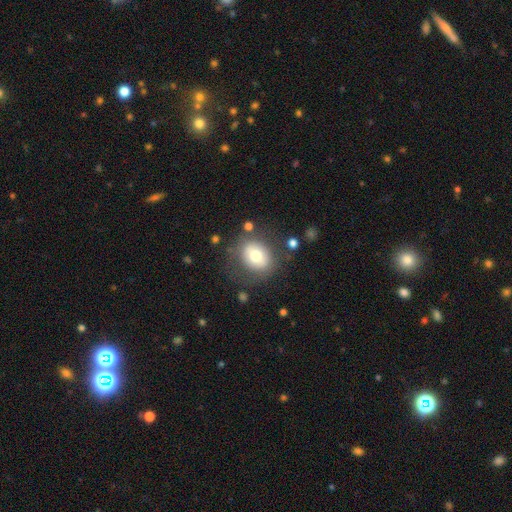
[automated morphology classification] Smooth or featured? Predicted: smooth (p=0.68). How rounded? Predicted: round (p=0.67). Merging? Predicted: none (p=0.73).